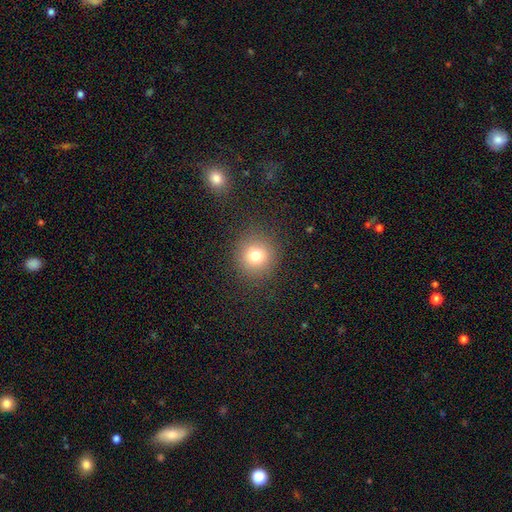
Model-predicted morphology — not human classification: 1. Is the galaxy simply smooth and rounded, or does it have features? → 77% smooth, 14% star or artifact, 9% featured or disk.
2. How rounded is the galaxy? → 91% round, 8% in between, 1% cigar-shaped.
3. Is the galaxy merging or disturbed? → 88% none, 7% minor disturbance, 4% major disturbance, 1% merger.